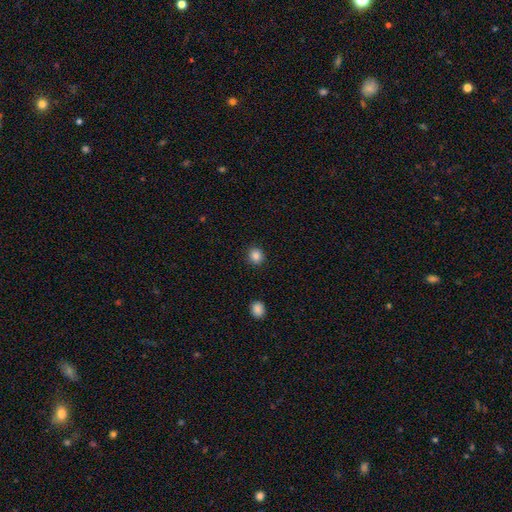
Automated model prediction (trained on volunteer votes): Q: Smooth or featured?
A: smooth (86%); runner-up: star or artifact (10%)
Q: How rounded?
A: round (86%); runner-up: in between (13%)
Q: Merging?
A: none (92%); runner-up: minor disturbance (5%)